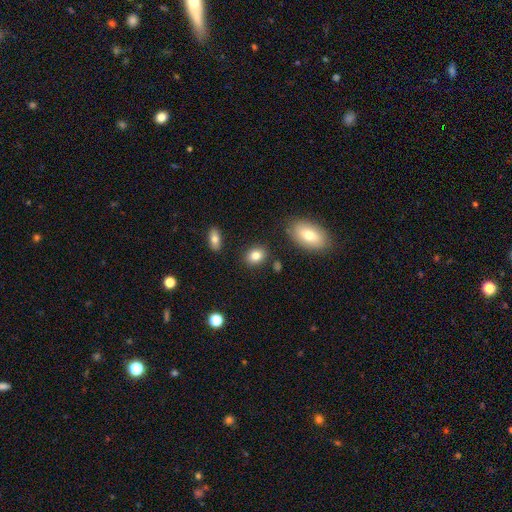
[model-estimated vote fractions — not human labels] Smooth or featured: smooth — 83% (star or artifact — 9%)
How rounded: in between — 62% (round — 36%)
Merging: none — 84% (minor disturbance — 9%)